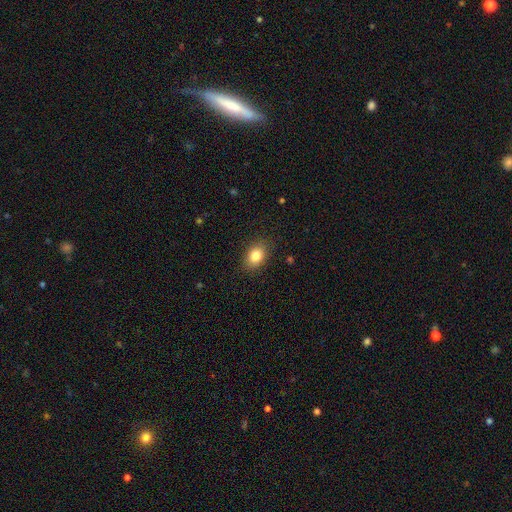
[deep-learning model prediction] Overall: smooth (84%). How rounded: in between (77%). Merging: none (87%).